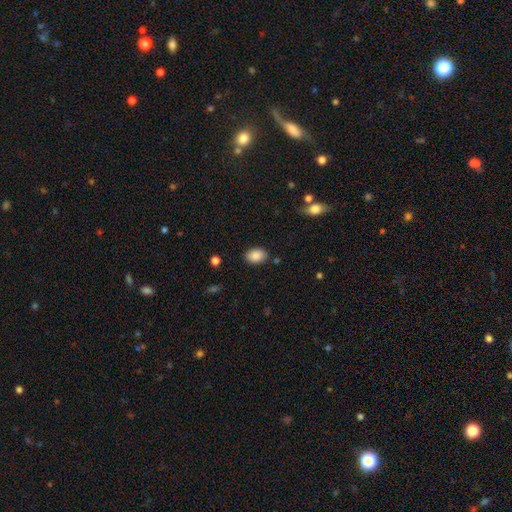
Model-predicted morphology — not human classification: smooth-or-featured: smooth: 88% | star or artifact: 7% | featured or disk: 5%
  how-rounded: in between: 82% | round: 17% | cigar-shaped: 1%
  merging: none: 84% | minor disturbance: 11% | major disturbance: 3% | merger: 2%